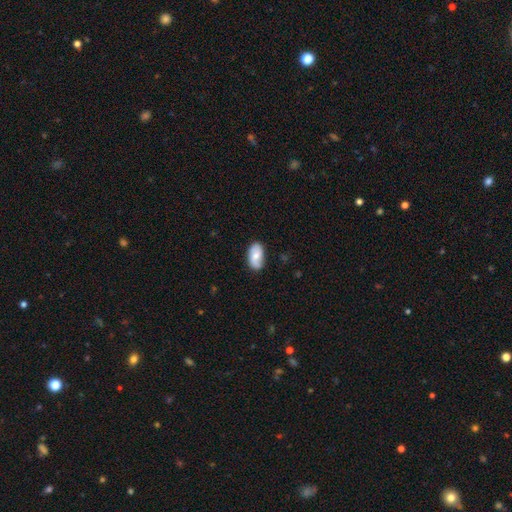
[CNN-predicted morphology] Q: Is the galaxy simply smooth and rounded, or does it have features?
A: smooth — 60%.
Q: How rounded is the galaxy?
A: in between — 93%.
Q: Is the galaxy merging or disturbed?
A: none — 71%.